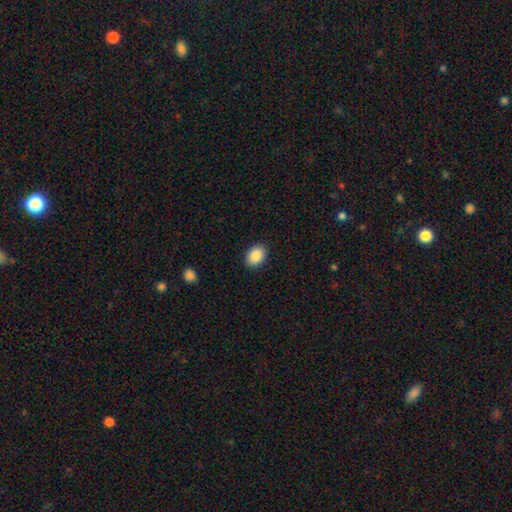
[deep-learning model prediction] The model was most divided on "how rounded": in between: 80%, round: 19%, cigar-shaped: 1%. More confident: merging — none (89%); smooth or featured — smooth (89%).